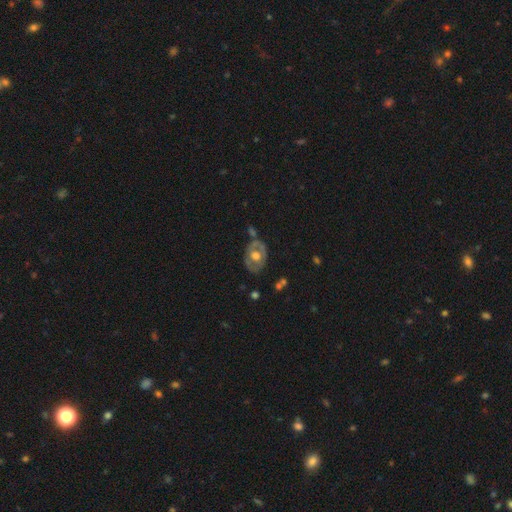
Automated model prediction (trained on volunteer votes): Smooth or featured?
  - featured or disk: 55% *
  - smooth: 39%
  - star or artifact: 6%
Edge-on disk?
  - no: 93% *
  - yes: 7%
Bar?
  - no: 80% *
  - weak: 16%
  - strong: 4%
Spiral arms?
  - no: 80% *
  - yes: 20%
Bulge size?
  - moderate: 60% *
  - large: 33%
  - small: 4%
  - dominant: 1%
  - none: 1%
Merging?
  - none: 66% *
  - minor disturbance: 21%
  - merger: 7%
  - major disturbance: 7%